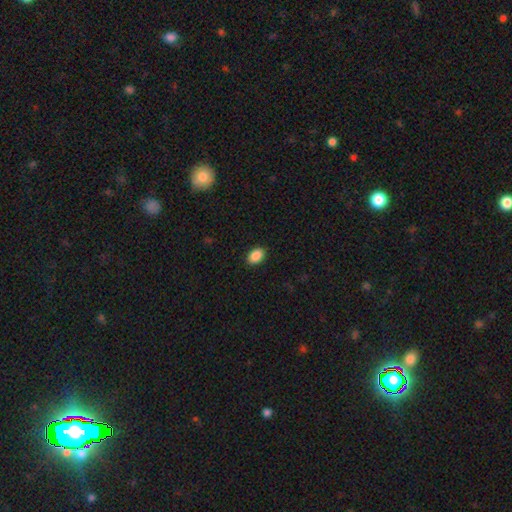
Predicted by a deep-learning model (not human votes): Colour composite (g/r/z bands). It shows a smooth galaxy with no disk features (89%) that is in between round and cigar-shaped (85%). Merging: none (89%).